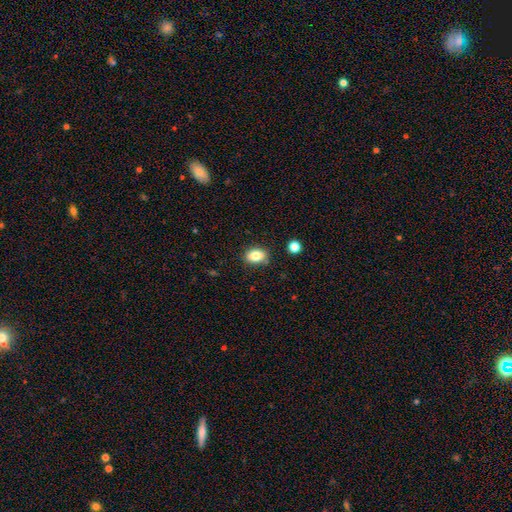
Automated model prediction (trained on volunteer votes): A smooth galaxy with no disk features (83%) that is in between round and cigar-shaped (78%). Merging: none (84%).